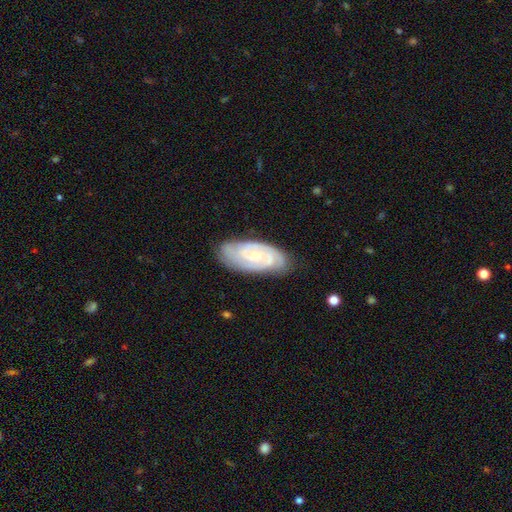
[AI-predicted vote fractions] smooth-or-featured: featured or disk: 83% | smooth: 11% | star or artifact: 5%
  disk-edge-on: no: 95% | yes: 5%
    bar: no: 58% | weak: 35% | strong: 8%
    has-spiral-arms: yes: 97% | no: 3%
      spiral-winding: tight: 70% | medium: 26% | loose: 4%
      spiral-arm-count: 2: 58% | can't tell: 17% | 3: 16% | 4: 4% | 1: 3% | more than 4: 3%
    bulge-size: small: 67% | moderate: 25% | none: 6% | large: 1% | dominant: 1%
  merging: none: 78% | minor disturbance: 17% | major disturbance: 4% | merger: 1%